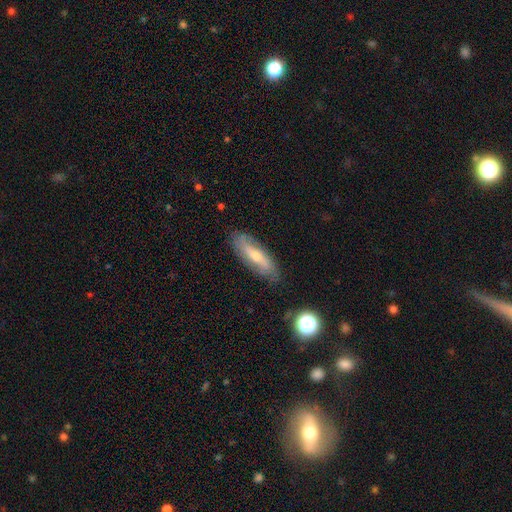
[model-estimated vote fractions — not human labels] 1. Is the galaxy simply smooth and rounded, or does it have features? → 51% featured or disk, 42% smooth, 8% star or artifact.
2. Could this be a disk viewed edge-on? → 63% no, 37% yes.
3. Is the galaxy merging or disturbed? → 81% none, 14% minor disturbance, 3% major disturbance, 2% merger.